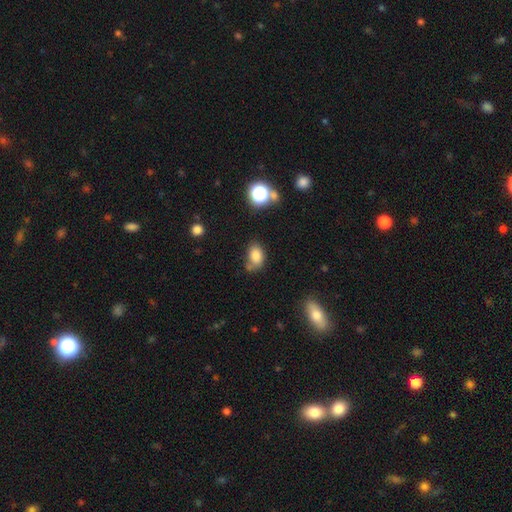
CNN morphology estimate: A smooth galaxy with no disk features (81%) that is in between round and cigar-shaped (81%).

Vote fractions:
- Smooth or featured? smooth: 81% / star or artifact: 12% / featured or disk: 8%
- How rounded? in between: 81% / round: 17% / cigar-shaped: 1%
- Merging? none: 57% / minor disturbance: 24% / merger: 11% / major disturbance: 7%